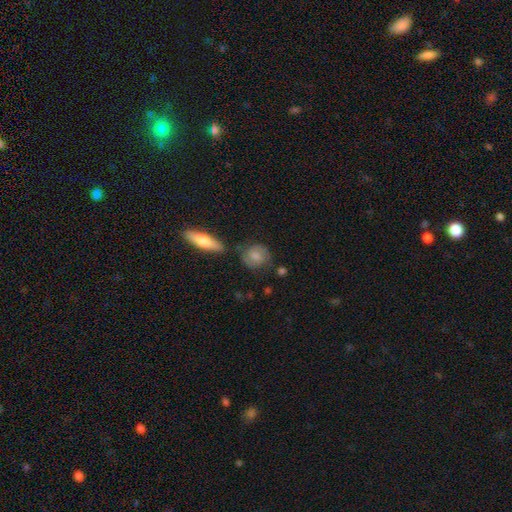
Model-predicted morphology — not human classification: This is possibly a smooth galaxy (57%). How rounded: likely round (70%). Merging: likely none (70%).